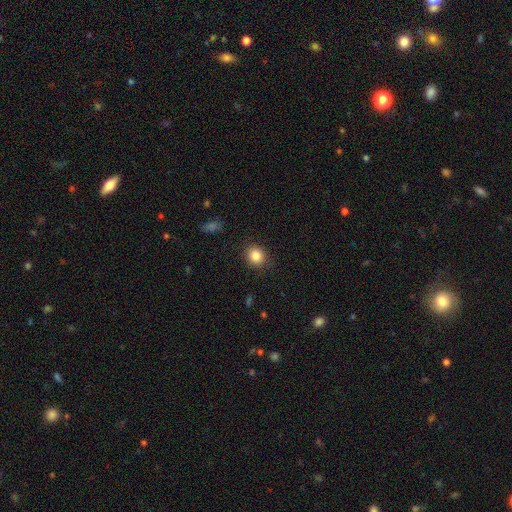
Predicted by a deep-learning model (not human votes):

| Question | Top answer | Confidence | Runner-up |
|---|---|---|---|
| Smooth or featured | smooth | 85% | star or artifact (10%) |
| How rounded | round | 81% | in between (18%) |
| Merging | none | 88% | minor disturbance (8%) |